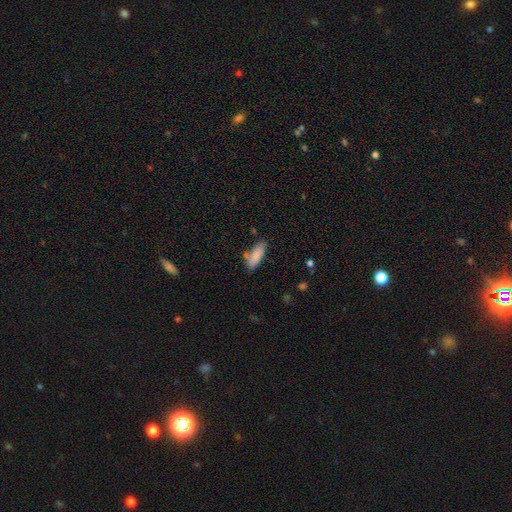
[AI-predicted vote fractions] Smooth or featured?
  - smooth: 87% *
  - featured or disk: 7%
  - star or artifact: 7%
How rounded?
  - in between: 67% *
  - cigar-shaped: 31%
  - round: 2%
Merging?
  - none: 72% *
  - minor disturbance: 17%
  - merger: 7%
  - major disturbance: 4%